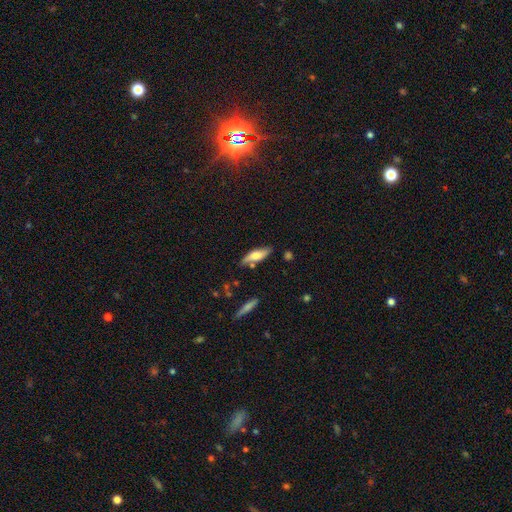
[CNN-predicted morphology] The model was most divided on "how rounded": in between: 50%, cigar-shaped: 48%, round: 2%. More confident: merging — none (70%); smooth or featured — smooth (58%).